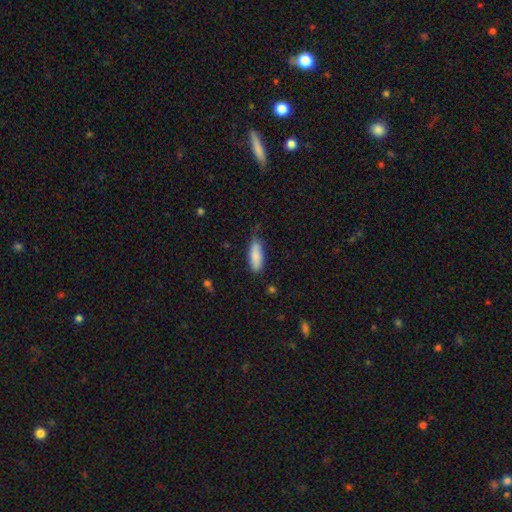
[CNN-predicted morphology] A smooth galaxy with no disk features (84%) that is in between round and cigar-shaped (60%). Merging: none (68%).